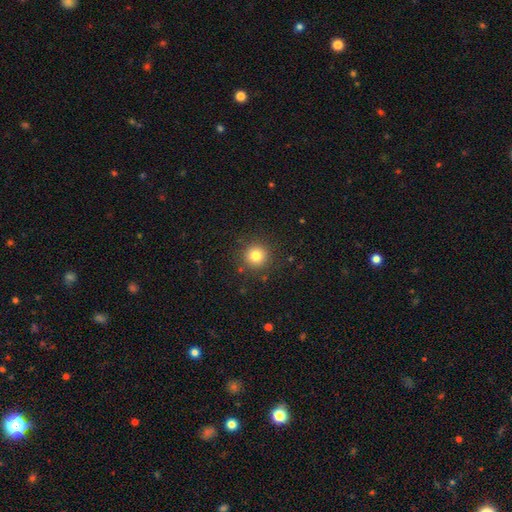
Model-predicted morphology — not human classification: Q: Smooth or featured?
A: smooth (81%); runner-up: star or artifact (12%)
Q: How rounded?
A: round (94%); runner-up: in between (5%)
Q: Merging?
A: none (89%); runner-up: minor disturbance (7%)